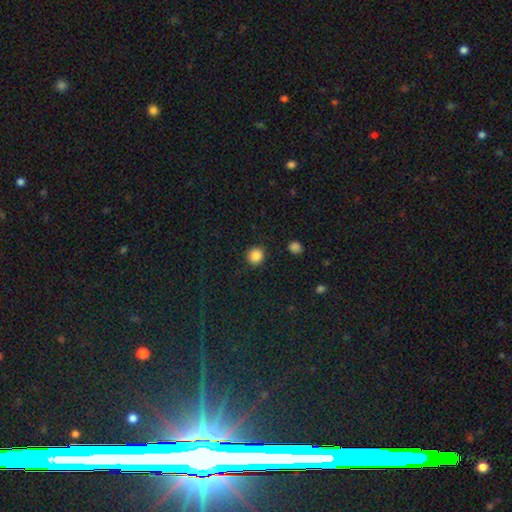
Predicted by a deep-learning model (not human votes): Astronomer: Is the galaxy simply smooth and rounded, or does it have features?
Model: smooth — 86%.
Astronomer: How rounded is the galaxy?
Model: round — 92%.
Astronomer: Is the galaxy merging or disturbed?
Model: none — 90%.